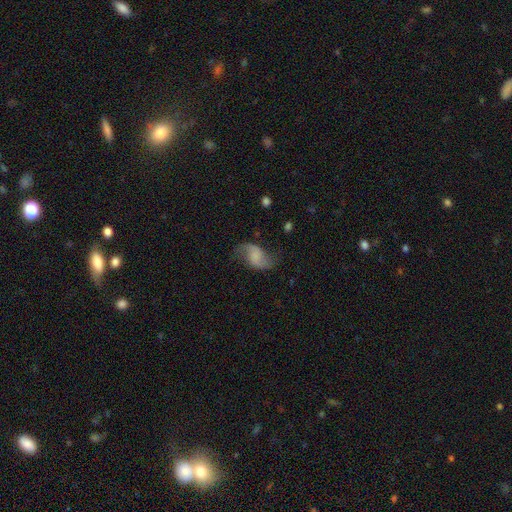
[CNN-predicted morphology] featured or disk 68%, smooth 24%, star or artifact 8%. Down the decision tree: edge-on disk — no (97%); bar — no (52%); spiral arms — yes (92%); spiral arm count — 2 (91%); spiral winding — loose (76%); bulge size — none (56%); merging — none (65%).